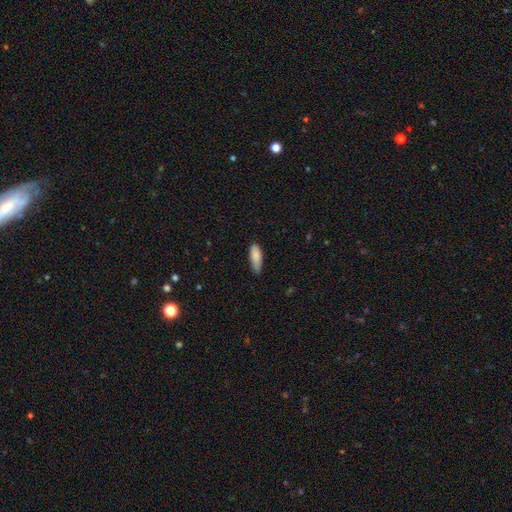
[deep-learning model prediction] Smooth or featured: smooth — 85% (featured or disk — 8%)
How rounded: in between — 66% (cigar-shaped — 33%)
Merging: none — 65% (minor disturbance — 29%)